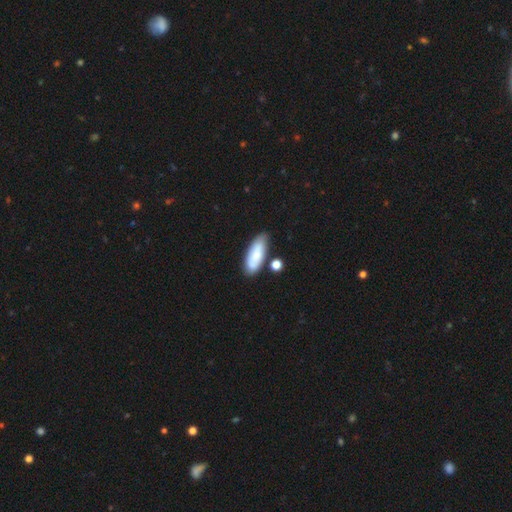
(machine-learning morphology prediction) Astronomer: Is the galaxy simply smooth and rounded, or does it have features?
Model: smooth — 75%.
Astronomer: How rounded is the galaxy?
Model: in between — 74%.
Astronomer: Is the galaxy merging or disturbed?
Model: none — 67%.